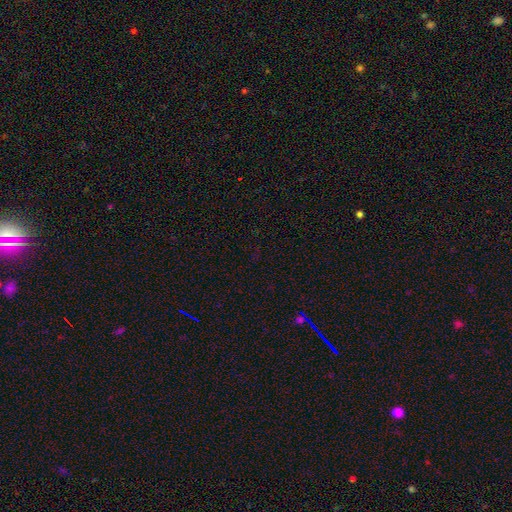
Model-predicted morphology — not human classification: star or artifact 72%, smooth 20%, featured or disk 7%.